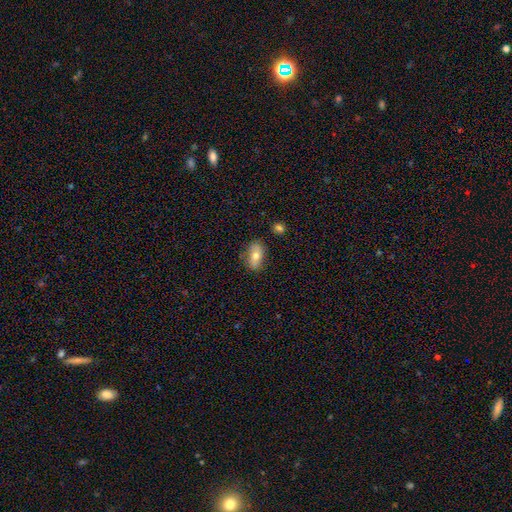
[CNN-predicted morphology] Smooth or featured: smooth — 62% (featured or disk — 30%)
How rounded: in between — 87% (round — 8%)
Merging: none — 78% (minor disturbance — 16%)